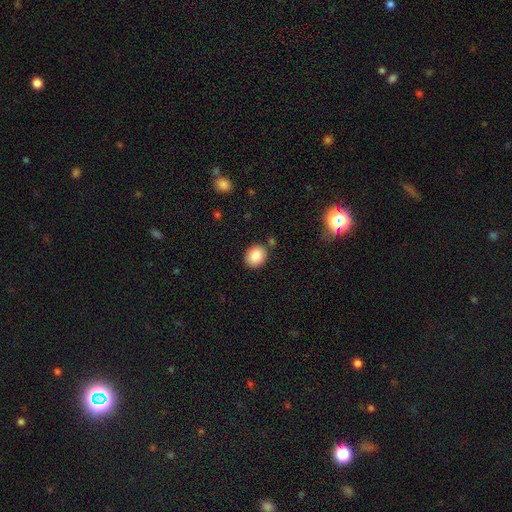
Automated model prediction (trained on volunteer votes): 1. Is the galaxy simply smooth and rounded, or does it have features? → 86% smooth, 8% star or artifact, 6% featured or disk.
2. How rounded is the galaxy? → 62% round, 37% in between, 1% cigar-shaped.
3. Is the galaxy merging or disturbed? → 84% none, 9% minor disturbance, 4% merger, 2% major disturbance.